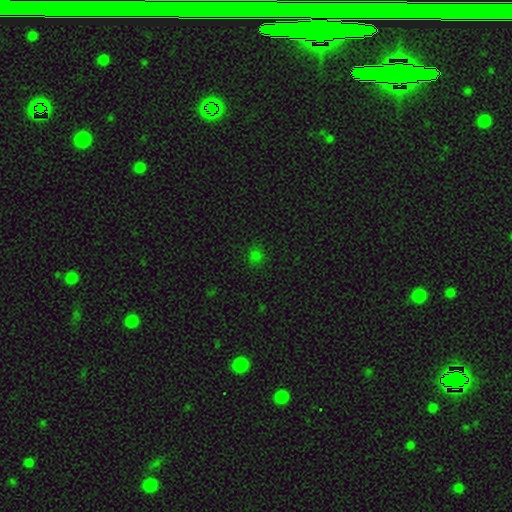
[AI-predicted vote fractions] Morphology: type=smooth (71%); roundness=round (80%); merging=none (84%).